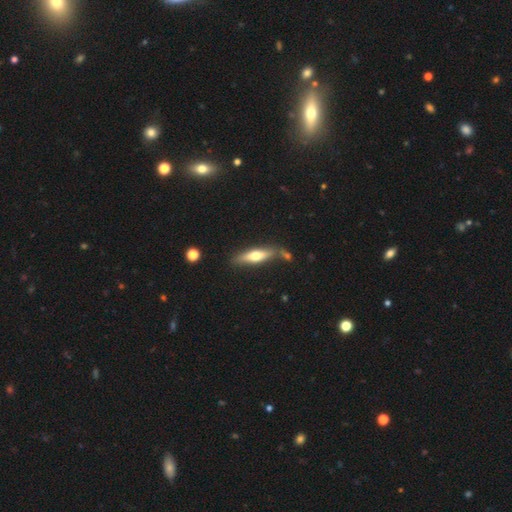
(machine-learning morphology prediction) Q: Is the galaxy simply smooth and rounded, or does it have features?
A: smooth — 52%.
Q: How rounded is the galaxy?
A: cigar-shaped — 69%.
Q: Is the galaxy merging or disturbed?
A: none — 72%.